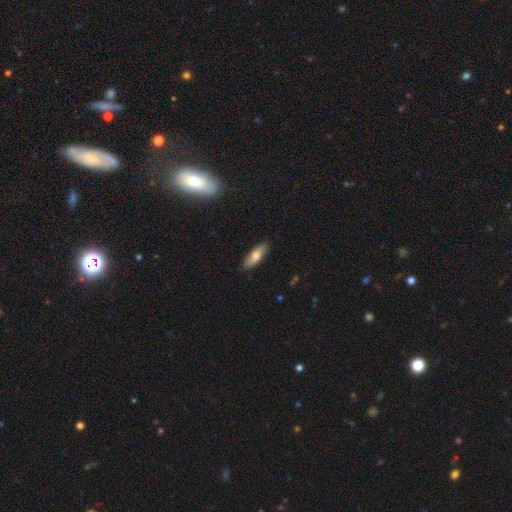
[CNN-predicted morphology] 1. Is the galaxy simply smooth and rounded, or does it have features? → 70% smooth, 24% featured or disk, 6% star or artifact.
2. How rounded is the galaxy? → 62% in between, 36% cigar-shaped, 3% round.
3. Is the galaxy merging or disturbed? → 87% none, 11% minor disturbance, 2% major disturbance, 1% merger.